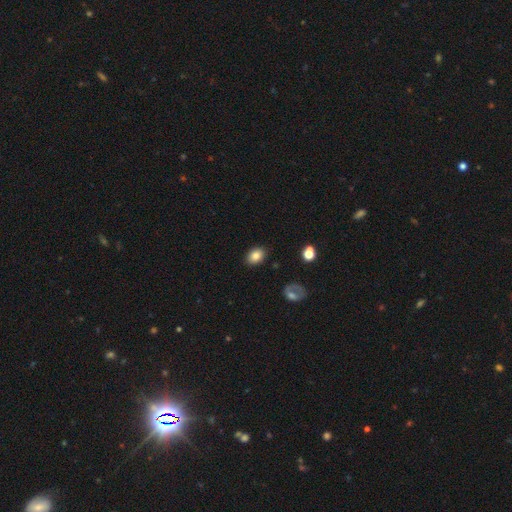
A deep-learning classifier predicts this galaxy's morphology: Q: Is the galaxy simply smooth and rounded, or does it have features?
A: smooth — 83%.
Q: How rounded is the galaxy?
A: in between — 74%.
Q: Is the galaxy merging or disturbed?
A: none — 86%.